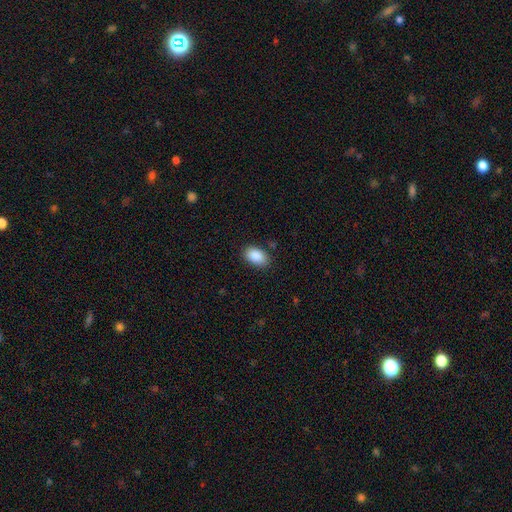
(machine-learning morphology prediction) Smooth or featured? Predicted: smooth (p=0.89). How rounded? Predicted: in between (p=0.90). Merging? Predicted: none (p=0.85).